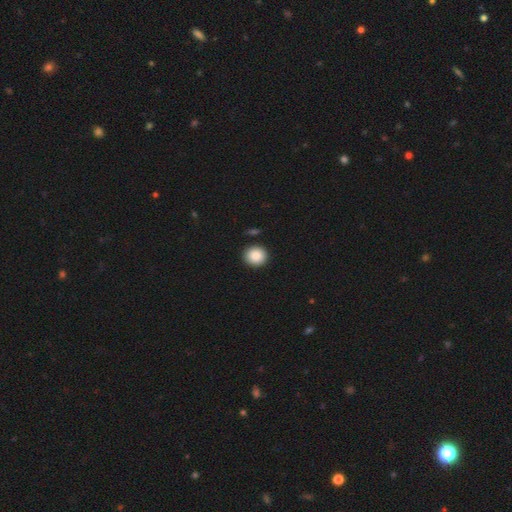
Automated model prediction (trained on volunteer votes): smooth_or_featured: smooth (p=0.87) [alt: star or artifact p=0.08]
how_rounded: round (p=0.85) [alt: in between p=0.14]
merging: none (p=0.89) [alt: minor disturbance p=0.07]